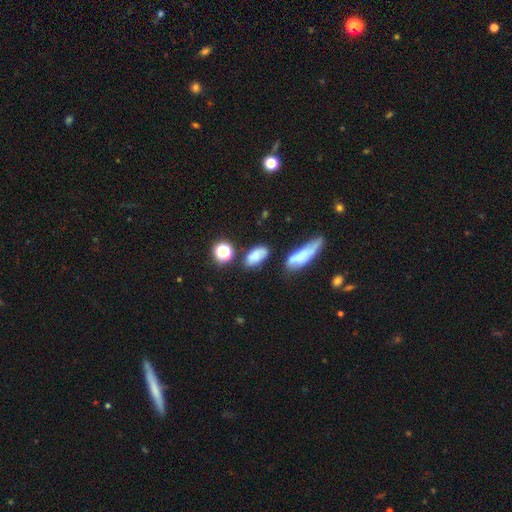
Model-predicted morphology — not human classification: Smooth or featured? Predicted: smooth (p=0.72). How rounded? Predicted: in between (p=0.85). Merging? Predicted: none (p=0.65).